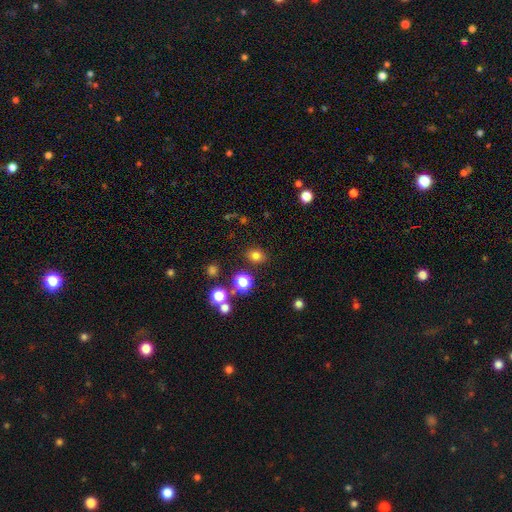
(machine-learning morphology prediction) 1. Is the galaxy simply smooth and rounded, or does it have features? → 78% smooth, 16% star or artifact, 6% featured or disk.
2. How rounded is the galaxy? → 59% round, 40% in between, 1% cigar-shaped.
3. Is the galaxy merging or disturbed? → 84% none, 9% minor disturbance, 4% merger, 3% major disturbance.